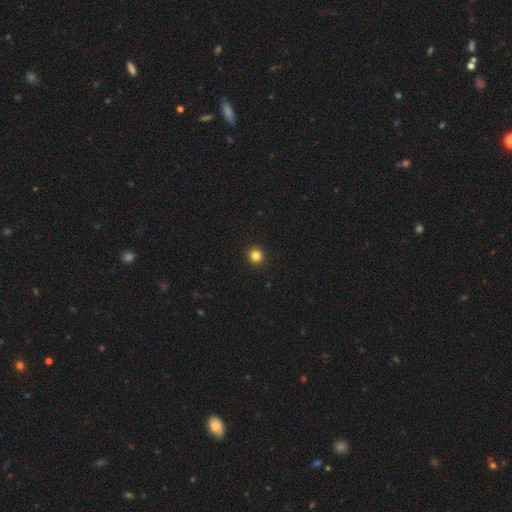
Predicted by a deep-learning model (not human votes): Smooth or featured? smooth (84%)
How rounded? round (93%)
Merging? none (94%)